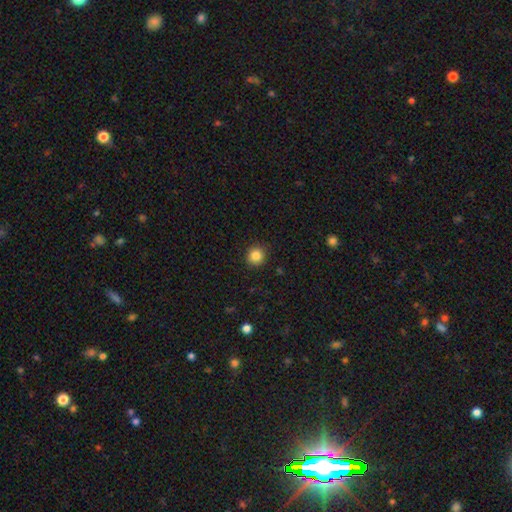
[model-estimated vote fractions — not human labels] Smooth or featured?
  - smooth: 85% *
  - star or artifact: 11%
  - featured or disk: 5%
How rounded?
  - round: 92% *
  - in between: 7%
  - cigar-shaped: 1%
Merging?
  - none: 91% *
  - minor disturbance: 6%
  - major disturbance: 2%
  - merger: 1%